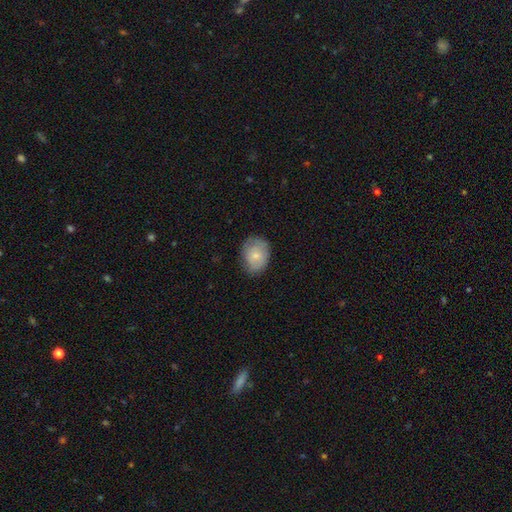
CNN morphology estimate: Q: Smooth or featured?
A: smooth (74%); runner-up: featured or disk (20%)
Q: How rounded?
A: in between (57%); runner-up: round (42%)
Q: Merging?
A: none (73%); runner-up: minor disturbance (21%)